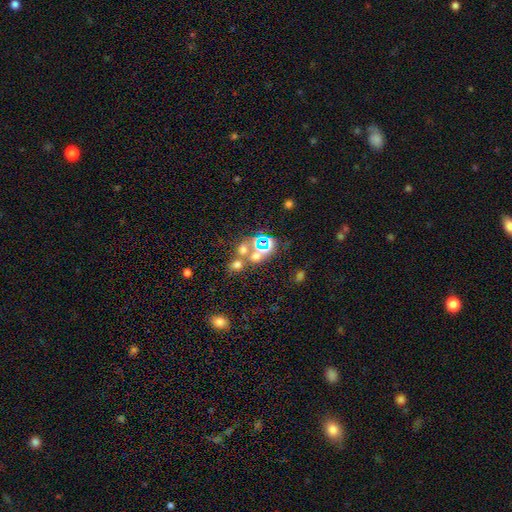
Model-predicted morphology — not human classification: This is possibly a star or artifact rather than a galaxy (48%).